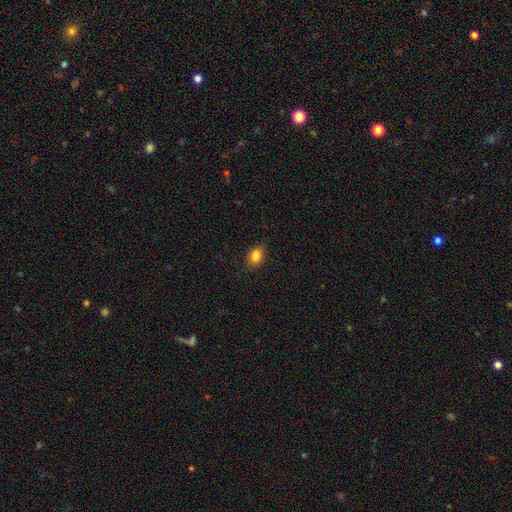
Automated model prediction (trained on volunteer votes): A smooth galaxy with no disk features (86%) that is in between round and cigar-shaped (76%).

Vote fractions:
- Smooth or featured? smooth: 86% / star or artifact: 9% / featured or disk: 5%
- How rounded? in between: 76% / round: 23% / cigar-shaped: 1%
- Merging? none: 82% / minor disturbance: 14% / major disturbance: 3% / merger: 1%